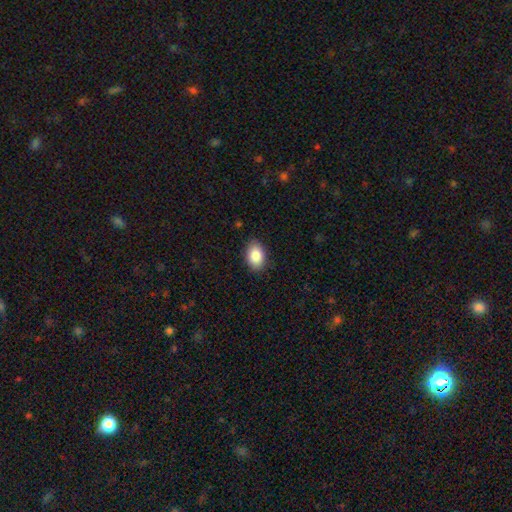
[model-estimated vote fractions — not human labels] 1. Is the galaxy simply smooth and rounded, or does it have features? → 87% smooth, 7% star or artifact, 5% featured or disk.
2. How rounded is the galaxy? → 89% in between, 10% round, 1% cigar-shaped.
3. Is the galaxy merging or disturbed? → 87% none, 10% minor disturbance, 2% major disturbance, 1% merger.